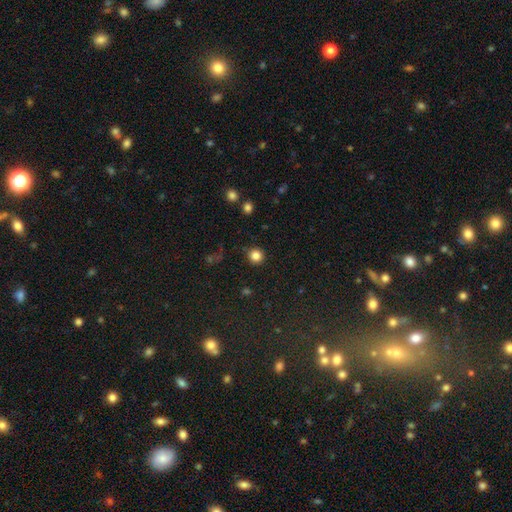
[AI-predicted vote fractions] smooth_or_featured: smooth (p=0.84) [alt: star or artifact p=0.12]
how_rounded: round (p=0.94) [alt: in between p=0.05]
merging: none (p=0.88) [alt: minor disturbance p=0.07]